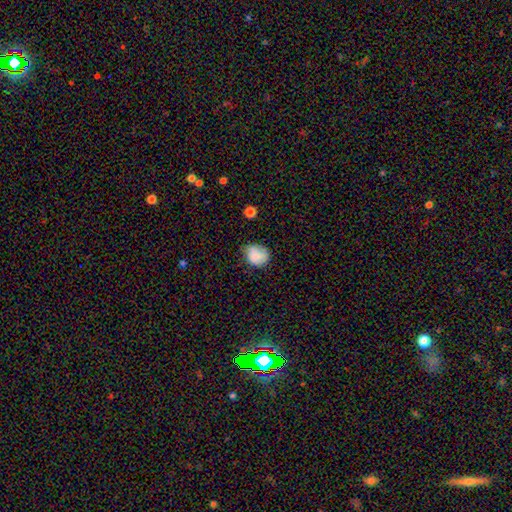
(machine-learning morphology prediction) smooth_or_featured: smooth (p=0.79) [alt: featured or disk p=0.12]
how_rounded: round (p=0.67) [alt: in between p=0.32]
merging: none (p=0.59) [alt: minor disturbance p=0.30]